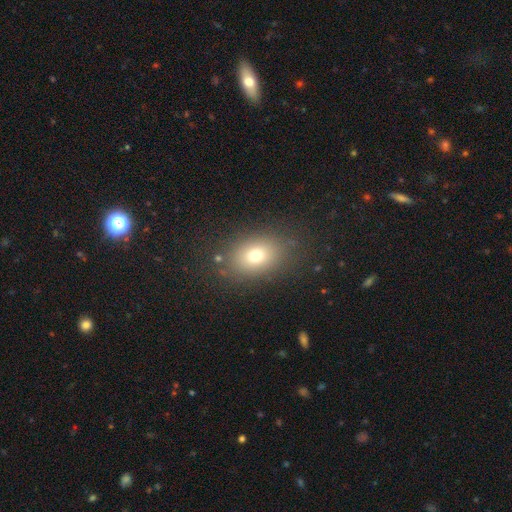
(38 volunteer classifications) A smooth galaxy with no disk features (74%) that is in between round and cigar-shaped (61%). Merging: none (85%).